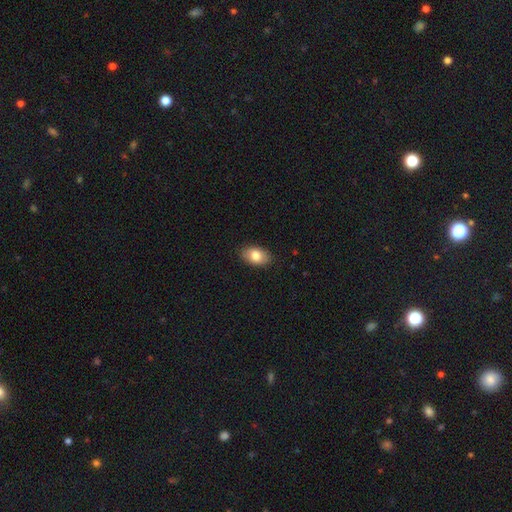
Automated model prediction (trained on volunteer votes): Q: Smooth or featured?
A: smooth (81%); runner-up: featured or disk (12%)
Q: How rounded?
A: in between (90%); runner-up: round (9%)
Q: Merging?
A: none (88%); runner-up: minor disturbance (9%)